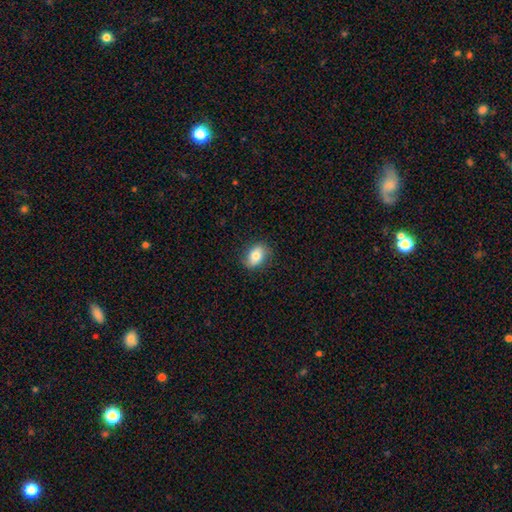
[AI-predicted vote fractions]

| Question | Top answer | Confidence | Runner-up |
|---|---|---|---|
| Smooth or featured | smooth | 71% | featured or disk (21%) |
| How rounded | in between | 80% | round (18%) |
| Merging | none | 82% | minor disturbance (14%) |